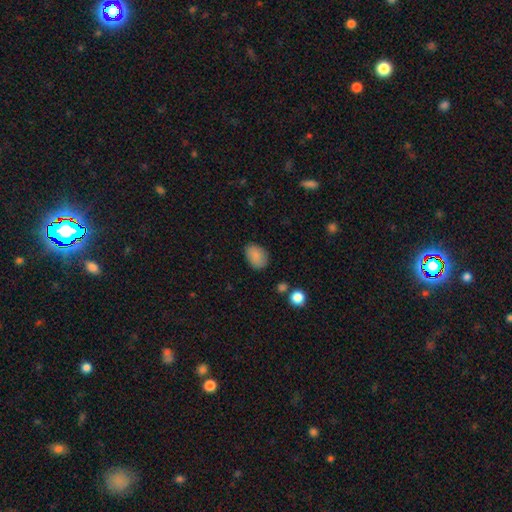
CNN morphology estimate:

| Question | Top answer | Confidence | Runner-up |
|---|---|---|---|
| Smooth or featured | smooth | 86% | star or artifact (9%) |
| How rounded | in between | 79% | round (19%) |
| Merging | none | 79% | minor disturbance (15%) |